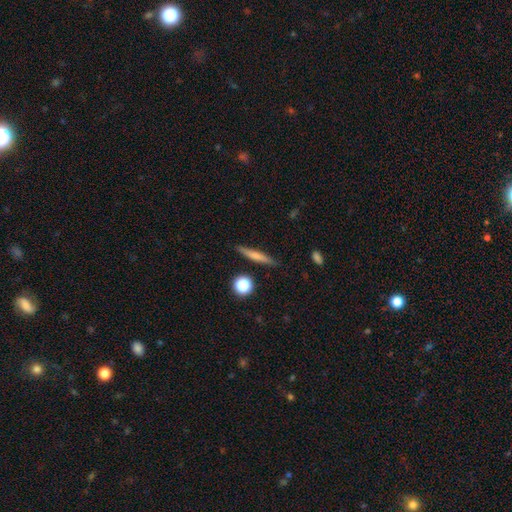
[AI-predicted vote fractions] Morphology: type=smooth (60%); roundness=cigar-shaped (90%); merging=none (87%).